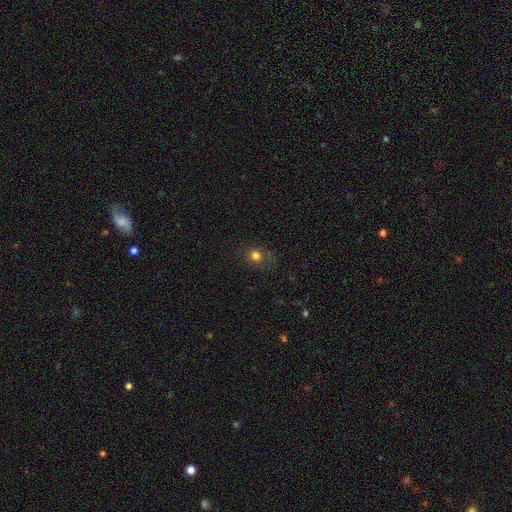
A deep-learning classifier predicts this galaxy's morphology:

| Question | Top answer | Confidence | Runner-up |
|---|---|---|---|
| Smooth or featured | smooth | 72% | star or artifact (17%) |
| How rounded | round | 68% | in between (31%) |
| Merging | none | 71% | minor disturbance (18%) |